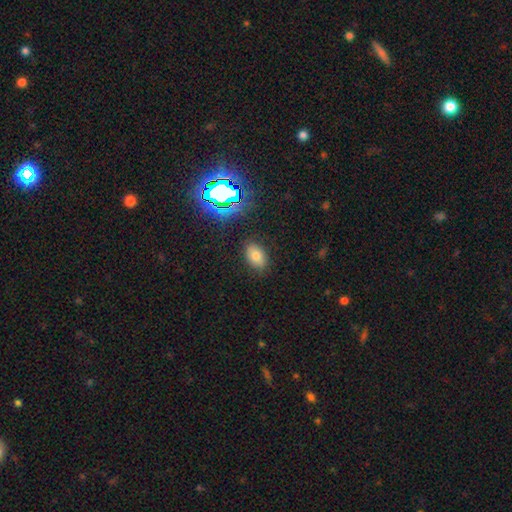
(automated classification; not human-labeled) Smooth or featured?
  - smooth: 73% *
  - star or artifact: 17%
  - featured or disk: 10%
How rounded?
  - in between: 87% *
  - round: 12%
  - cigar-shaped: 1%
Merging?
  - none: 85% *
  - minor disturbance: 10%
  - major disturbance: 3%
  - merger: 2%